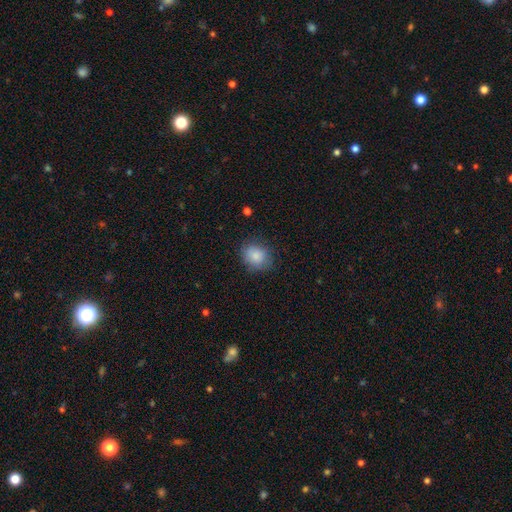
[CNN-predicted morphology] smooth_or_featured: smooth (p=0.86) [alt: star or artifact p=0.08]
how_rounded: round (p=0.65) [alt: in between p=0.34]
merging: none (p=0.76) [alt: minor disturbance p=0.17]